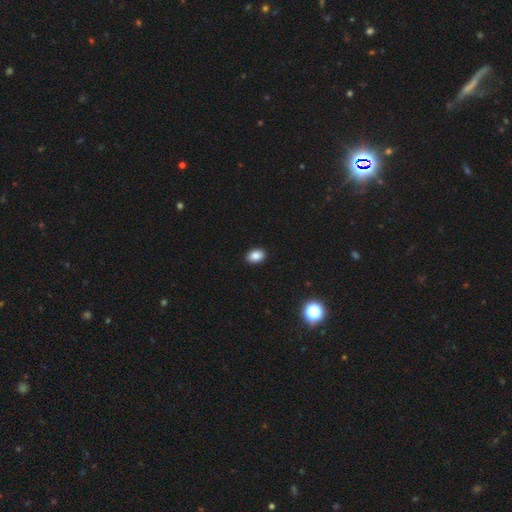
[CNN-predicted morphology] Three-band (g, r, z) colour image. It shows a smooth galaxy with no disk features (86%) that is in between round and cigar-shaped (81%). Merging: none (91%).